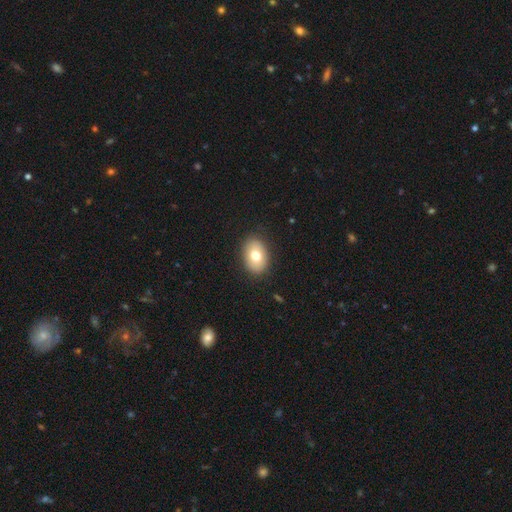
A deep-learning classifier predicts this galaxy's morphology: A smooth galaxy with no disk features (74%) that is in between round and cigar-shaped (78%). Merging: none (88%).